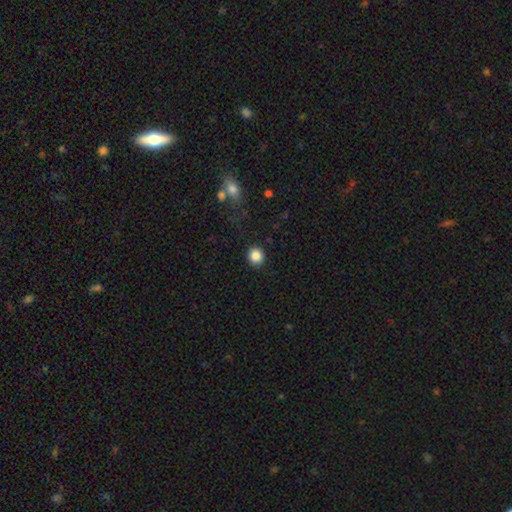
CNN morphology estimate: type=smooth (85%); roundness=round (89%); merging=none (90%).